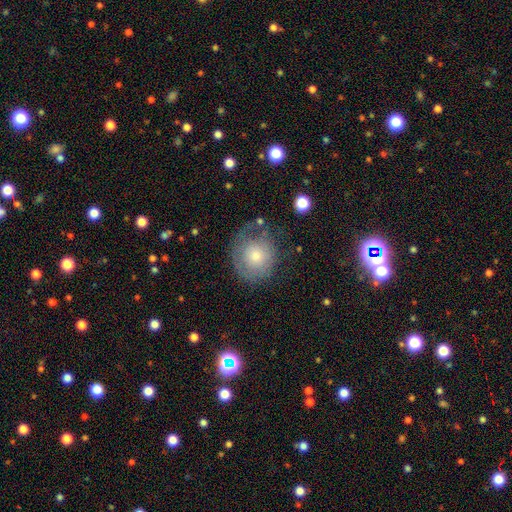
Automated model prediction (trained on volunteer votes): smooth_or_featured: smooth (p=0.58) [alt: featured or disk p=0.31]
how_rounded: round (p=0.85) [alt: in between p=0.14]
merging: none (p=0.61) [alt: minor disturbance p=0.23]